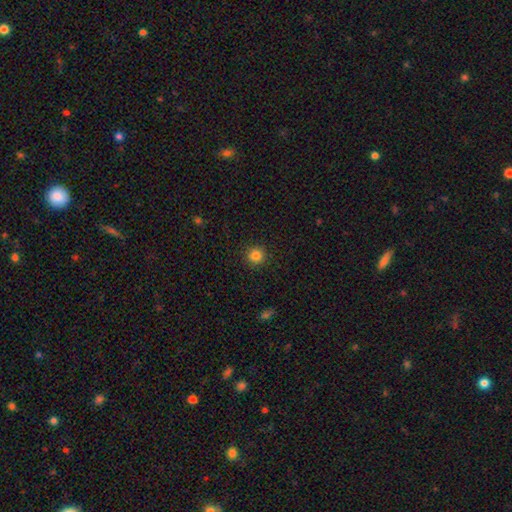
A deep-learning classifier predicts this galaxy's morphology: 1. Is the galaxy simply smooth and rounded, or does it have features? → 83% smooth, 12% star or artifact, 5% featured or disk.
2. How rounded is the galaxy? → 95% round, 4% in between, 1% cigar-shaped.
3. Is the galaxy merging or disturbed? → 93% none, 5% minor disturbance, 2% major disturbance, 1% merger.